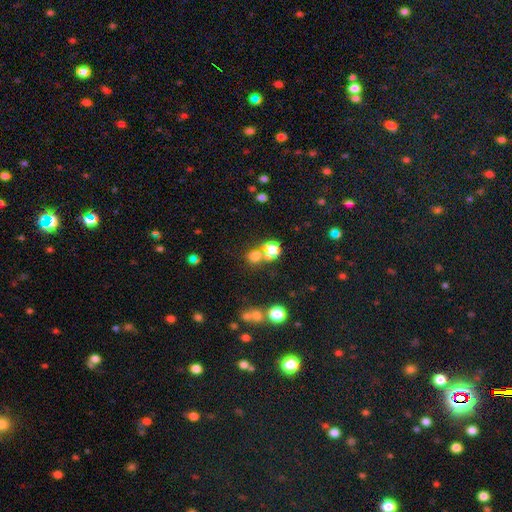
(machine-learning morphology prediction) The model was most divided on "merging": none: 60%, merger: 28%, minor disturbance: 8%, major disturbance: 5%. More confident: how rounded — round (84%); smooth or featured — smooth (64%).